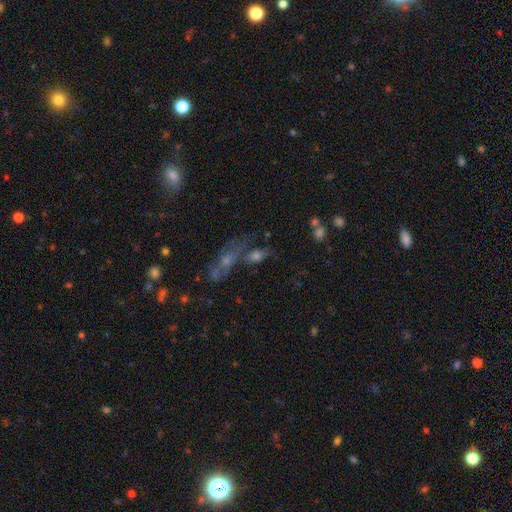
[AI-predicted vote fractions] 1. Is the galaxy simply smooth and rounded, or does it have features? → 45% smooth, 29% featured or disk, 26% star or artifact.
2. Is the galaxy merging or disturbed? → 39% none, 38% merger, 13% minor disturbance, 11% major disturbance.